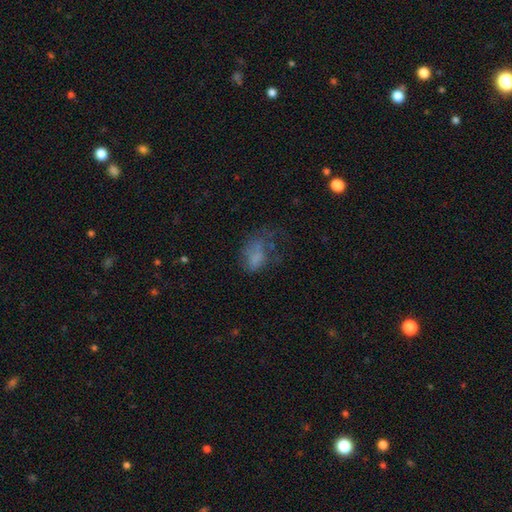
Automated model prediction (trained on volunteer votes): smooth-or-featured: smooth: 57% | featured or disk: 27% | star or artifact: 16%
  how-rounded: in between: 83% | round: 14% | cigar-shaped: 3%
  merging: major disturbance: 43% | none: 29% | minor disturbance: 23% | merger: 5%